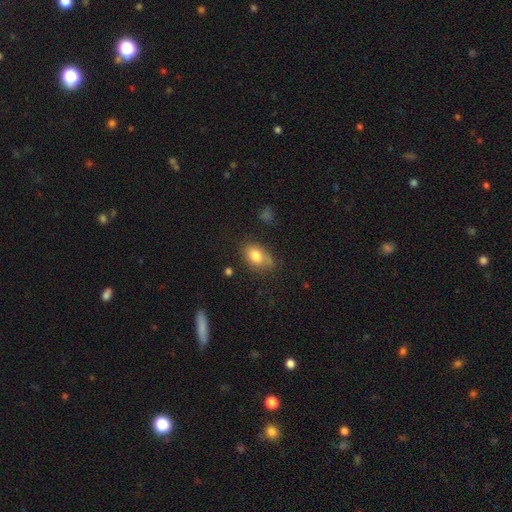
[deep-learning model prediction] Morphology: type=smooth (80%); roundness=in between (83%); merging=none (61%).